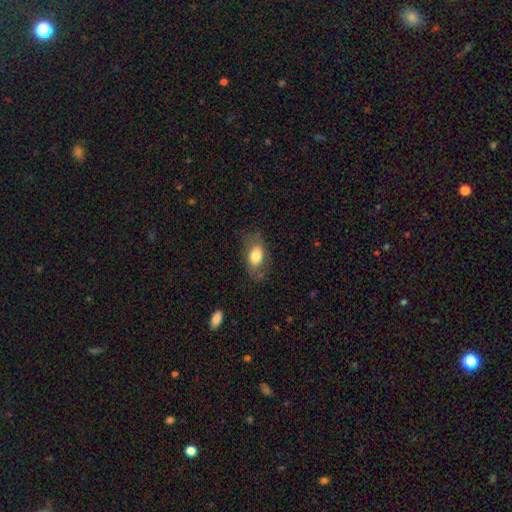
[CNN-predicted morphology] smooth 71%, featured or disk 22%, star or artifact 7%. Down the decision tree: how rounded — in between (88%); merging — none (68%).